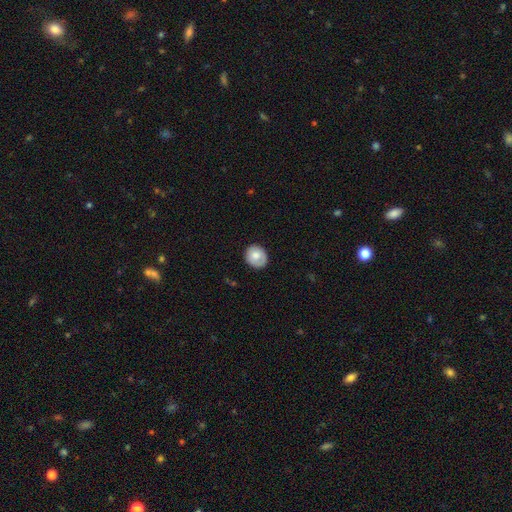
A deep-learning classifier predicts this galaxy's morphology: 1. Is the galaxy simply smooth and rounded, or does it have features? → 75% smooth, 18% featured or disk, 7% star or artifact.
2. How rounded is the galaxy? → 74% round, 25% in between, 1% cigar-shaped.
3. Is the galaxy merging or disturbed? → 79% none, 16% minor disturbance, 4% major disturbance, 1% merger.